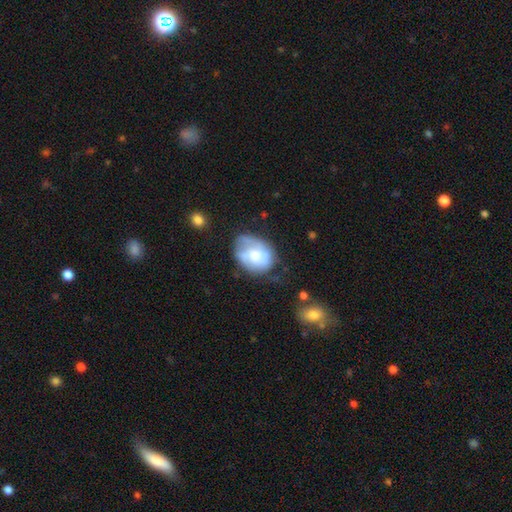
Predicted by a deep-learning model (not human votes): featured or disk 56%, smooth 37%, star or artifact 7%. Down the decision tree: edge-on disk — no (97%); bar — no (74%); spiral arms — yes (69%); bulge size — moderate (50%); merging — none (48%).